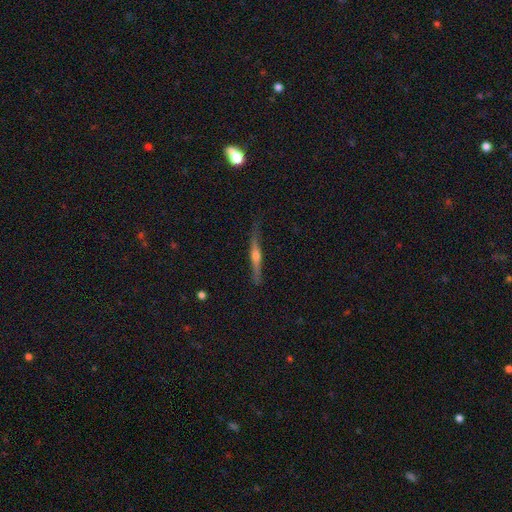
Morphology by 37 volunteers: Smooth or featured? 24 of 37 (65%) said featured or disk. Edge-on disk? 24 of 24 (100%) said yes. Edge-on bulge? 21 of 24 (88%) said rounded. Merging? 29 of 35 (83%) said none.